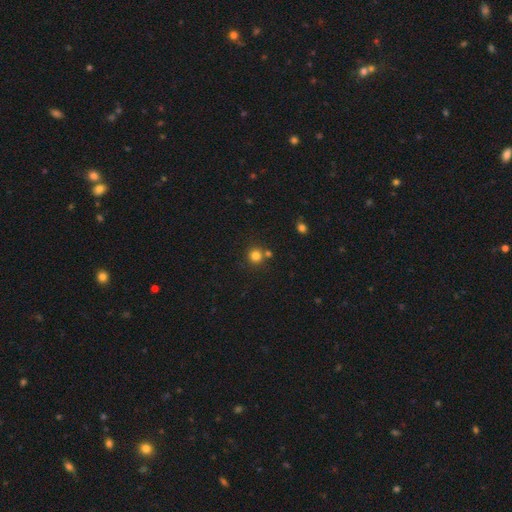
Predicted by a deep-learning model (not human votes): The model was most divided on "merging": none: 75%, merger: 15%, minor disturbance: 8%, major disturbance: 3%. More confident: how rounded — round (93%); smooth or featured — smooth (81%).